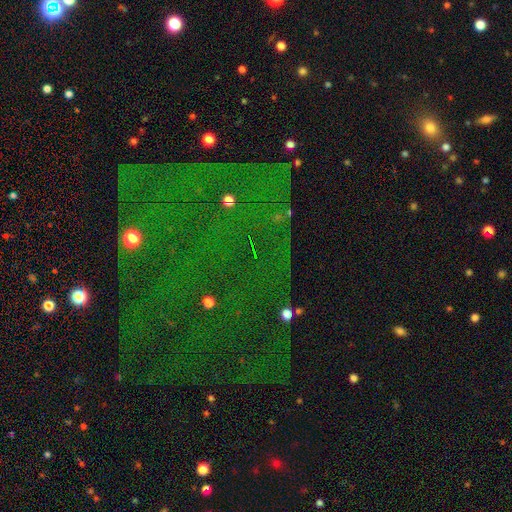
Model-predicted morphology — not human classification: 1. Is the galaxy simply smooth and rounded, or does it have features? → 77% star or artifact, 14% smooth, 9% featured or disk.